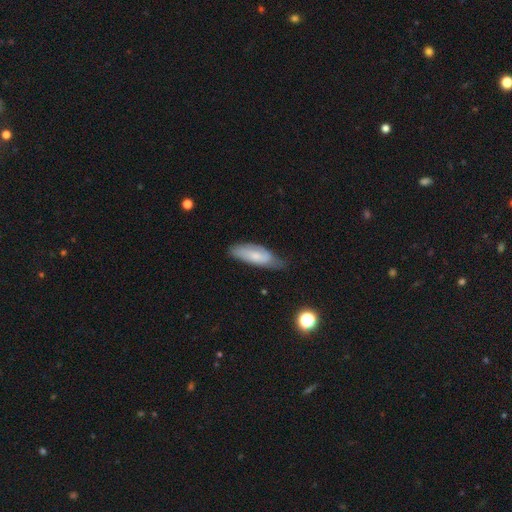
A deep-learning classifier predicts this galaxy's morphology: A smooth galaxy with no disk features (57%) that is in between round and cigar-shaped (65%).

Vote fractions:
- Smooth or featured? smooth: 57% / featured or disk: 36% / star or artifact: 7%
- How rounded? in between: 65% / cigar-shaped: 33% / round: 2%
- Merging? none: 58% / minor disturbance: 34% / major disturbance: 7% / merger: 2%